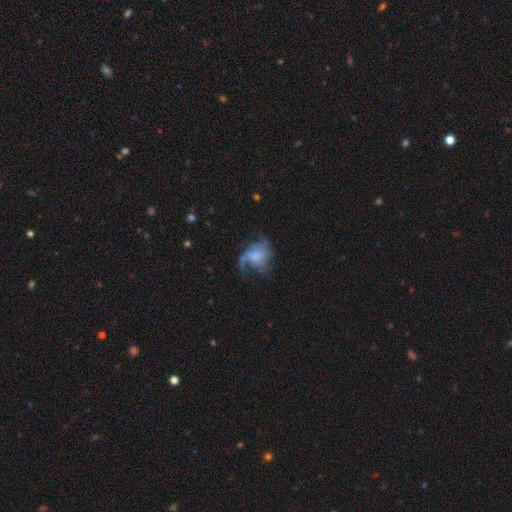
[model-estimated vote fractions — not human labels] Smooth or featured? featured or disk (48%)
Merging? major disturbance (51%)